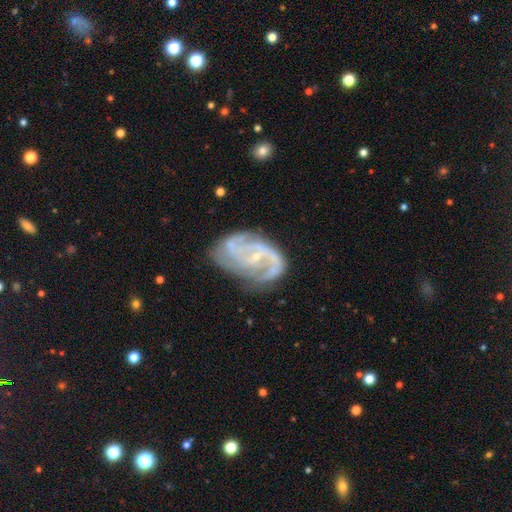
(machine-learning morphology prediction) A featured or disk galaxy (87%) with no bar (51%), 2 (45%) medium (47%) spiral arms (96%) and a small central bulge (80%). Merging: none (59%).